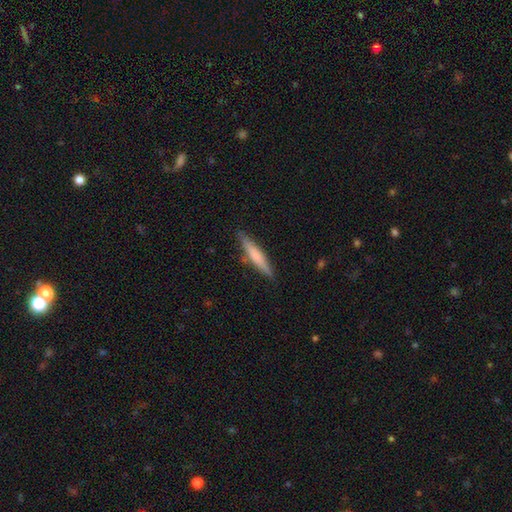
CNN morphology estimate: smooth_or_featured: smooth (p=0.60) [alt: featured or disk p=0.34]
how_rounded: cigar-shaped (p=0.91) [alt: in between p=0.07]
merging: none (p=0.86) [alt: minor disturbance p=0.10]